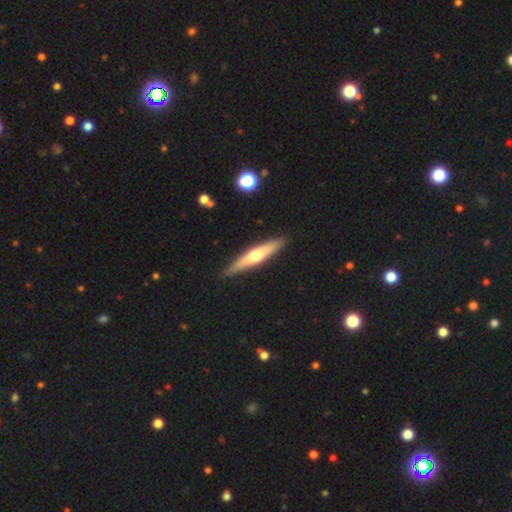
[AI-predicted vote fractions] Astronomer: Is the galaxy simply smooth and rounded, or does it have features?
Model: featured or disk — 53% (runner-up: smooth, 42%).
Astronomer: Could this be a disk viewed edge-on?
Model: yes — 92%.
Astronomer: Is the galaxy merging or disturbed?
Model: none — 89%.